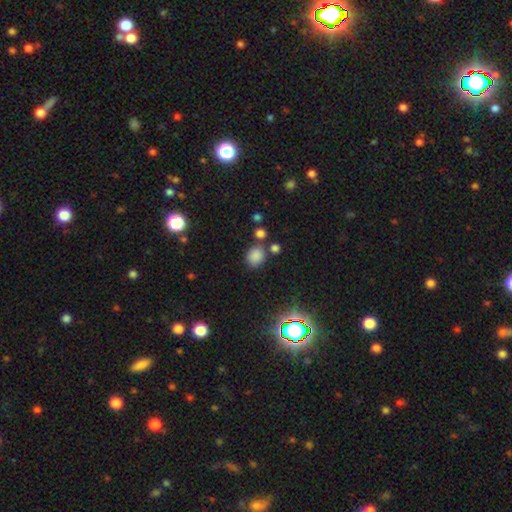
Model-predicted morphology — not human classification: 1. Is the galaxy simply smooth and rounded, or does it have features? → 79% smooth, 16% star or artifact, 5% featured or disk.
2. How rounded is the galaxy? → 62% round, 36% in between, 1% cigar-shaped.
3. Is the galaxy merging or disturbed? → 73% none, 11% merger, 11% minor disturbance, 4% major disturbance.